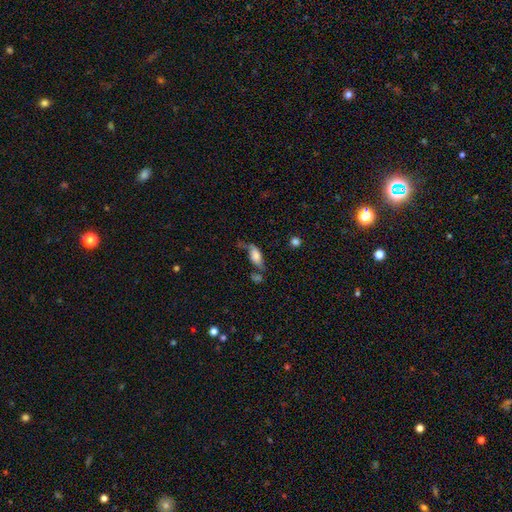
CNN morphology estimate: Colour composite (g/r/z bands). It shows a smooth galaxy with no disk features (62%) that is in between round and cigar-shaped (79%). Merging: none (39%).